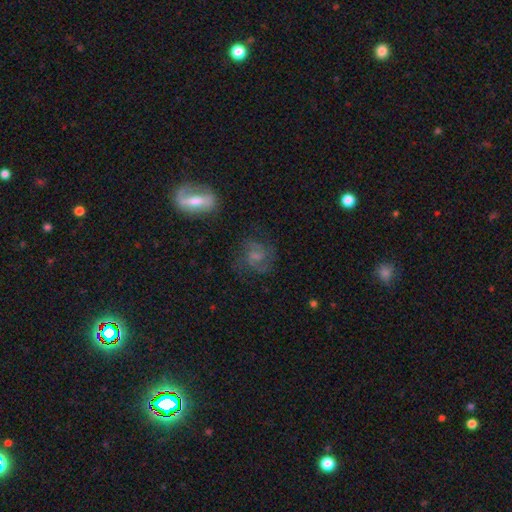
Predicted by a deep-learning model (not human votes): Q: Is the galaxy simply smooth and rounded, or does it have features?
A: featured or disk — 68%.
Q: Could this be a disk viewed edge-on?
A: no — 97%.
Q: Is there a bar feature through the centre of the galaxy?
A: weak — 47%.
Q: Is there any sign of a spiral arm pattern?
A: yes — 91%.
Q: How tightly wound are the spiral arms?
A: medium — 53%.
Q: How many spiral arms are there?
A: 2 — 75%.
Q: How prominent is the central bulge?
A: small — 36%.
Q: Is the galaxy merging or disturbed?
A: none — 69%.